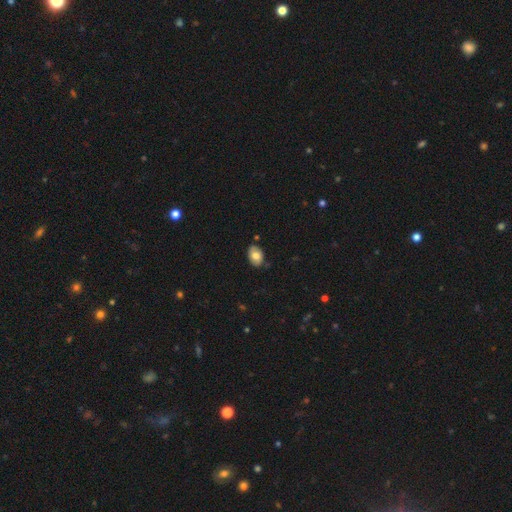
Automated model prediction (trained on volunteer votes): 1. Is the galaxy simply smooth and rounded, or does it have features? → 73% smooth, 19% featured or disk, 7% star or artifact.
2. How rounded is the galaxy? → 82% in between, 16% round, 1% cigar-shaped.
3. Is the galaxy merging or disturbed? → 81% none, 14% minor disturbance, 2% major disturbance, 2% merger.